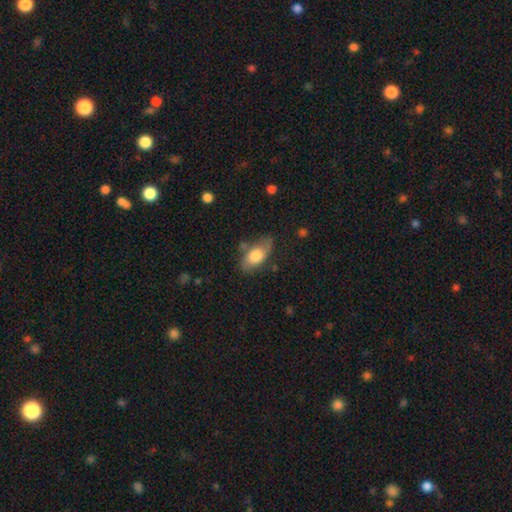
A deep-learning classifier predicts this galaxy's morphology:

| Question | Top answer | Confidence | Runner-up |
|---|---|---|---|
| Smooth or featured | smooth | 65% | featured or disk (28%) |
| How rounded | in between | 89% | cigar-shaped (6%) |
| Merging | none | 70% | minor disturbance (21%) |